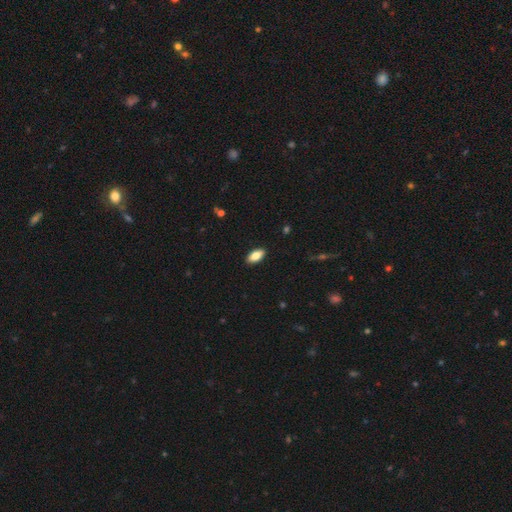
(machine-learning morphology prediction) This appears to be a smooth galaxy with no disk features (82%) that is in between round and cigar-shaped (90%). Merging: none (90%).